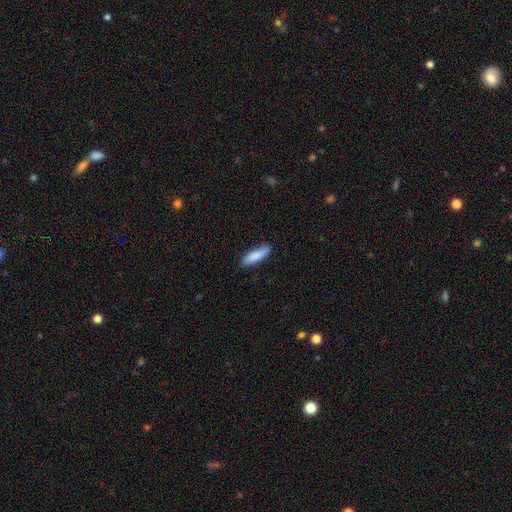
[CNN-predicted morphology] Overall: smooth (85%). How rounded: cigar-shaped (65%; in between 34%). Merging: none (82%).